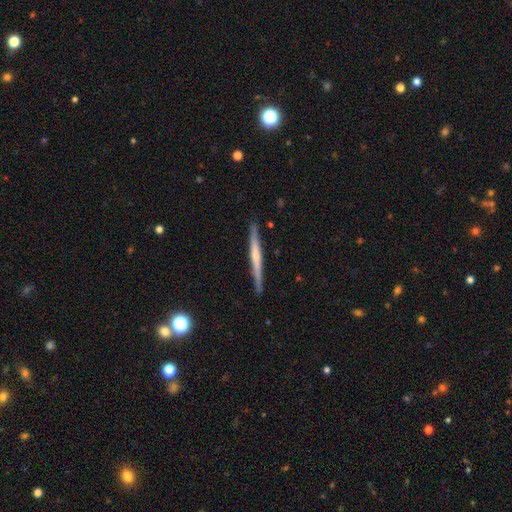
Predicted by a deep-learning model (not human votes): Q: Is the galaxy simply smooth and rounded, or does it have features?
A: featured or disk — 60%.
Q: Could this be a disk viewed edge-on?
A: yes — 97%.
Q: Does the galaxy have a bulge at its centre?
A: none — 49%.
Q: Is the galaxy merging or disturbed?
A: none — 89%.